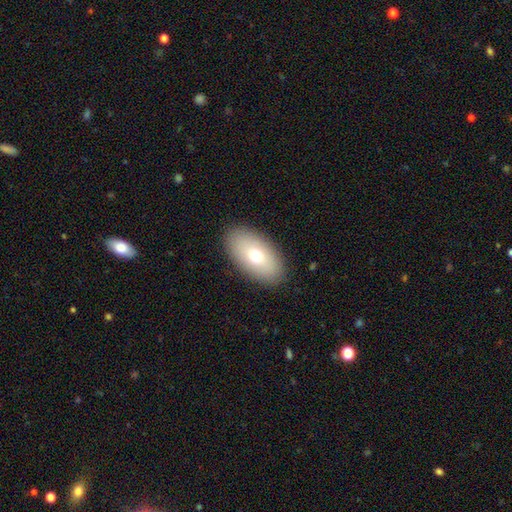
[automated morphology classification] A smooth galaxy with no disk features (72%) that is in between round and cigar-shaped (94%). Merging: none (89%).